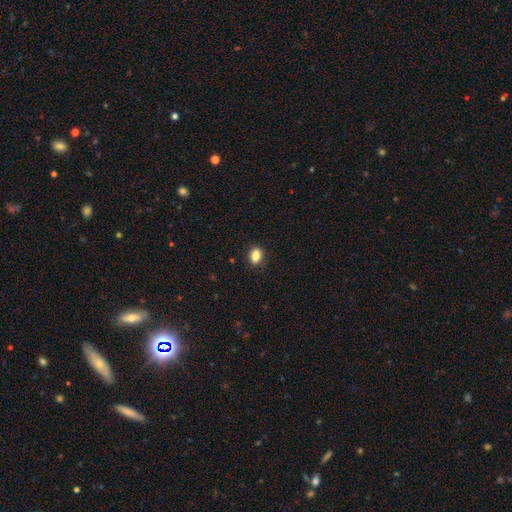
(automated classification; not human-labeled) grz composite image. It shows a smooth galaxy with no disk features (86%) that is in between round and cigar-shaped (69%). Merging: none (88%).